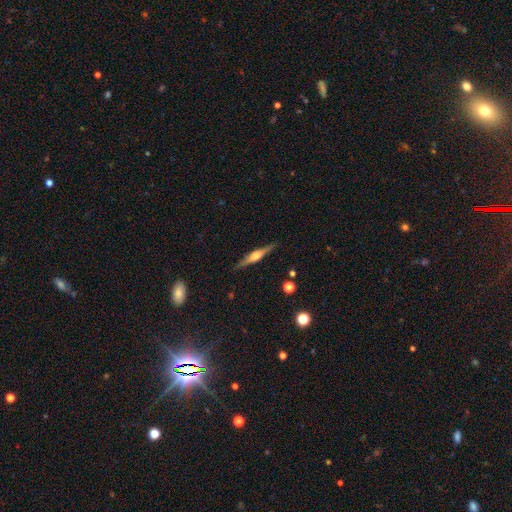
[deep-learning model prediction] This appears to be a featured or disk galaxy (74%) viewed edge-on (98%) with a rounded central bulge (82%). Merging: none (89%).